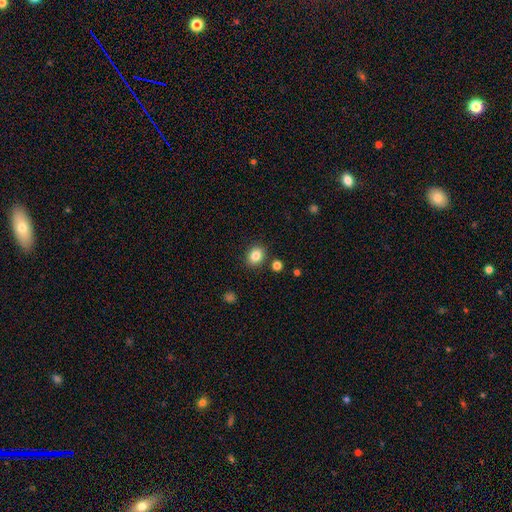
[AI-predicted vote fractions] smooth_or_featured: smooth (p=0.85) [alt: star or artifact p=0.10]
how_rounded: round (p=0.54) [alt: in between p=0.45]
merging: none (p=0.86) [alt: minor disturbance p=0.08]